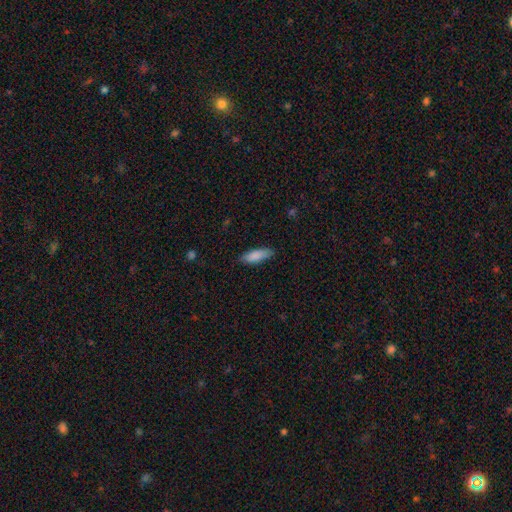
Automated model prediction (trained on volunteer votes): smooth 87%, featured or disk 7%, star or artifact 6%. Down the decision tree: how rounded — in between (54%); merging — none (83%).